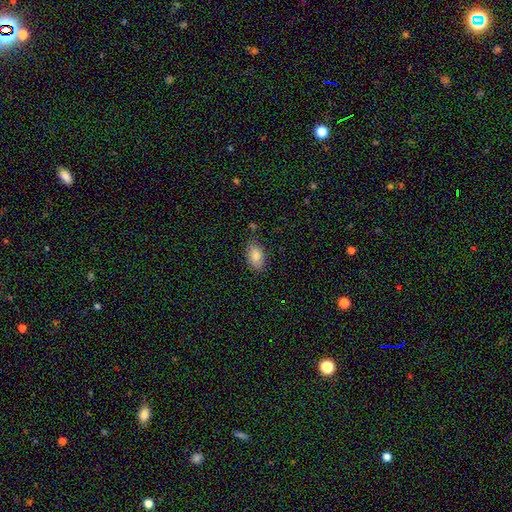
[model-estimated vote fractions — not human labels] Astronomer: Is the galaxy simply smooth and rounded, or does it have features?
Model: smooth — 82%.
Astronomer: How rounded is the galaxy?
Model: in between — 90%.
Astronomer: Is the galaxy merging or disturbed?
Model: none — 81%.